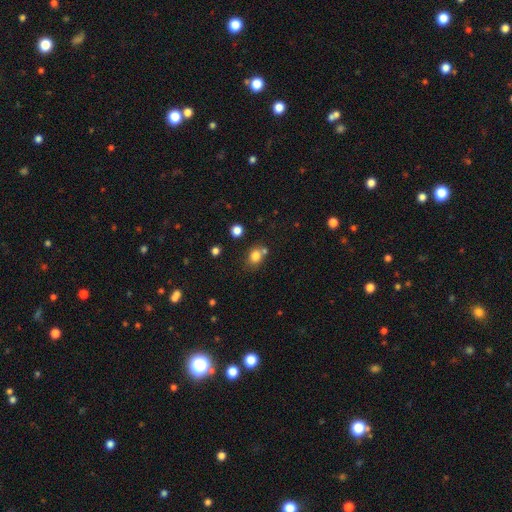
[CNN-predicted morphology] A smooth galaxy with no disk features (80%) that is round (60%). Merging: none (59%).